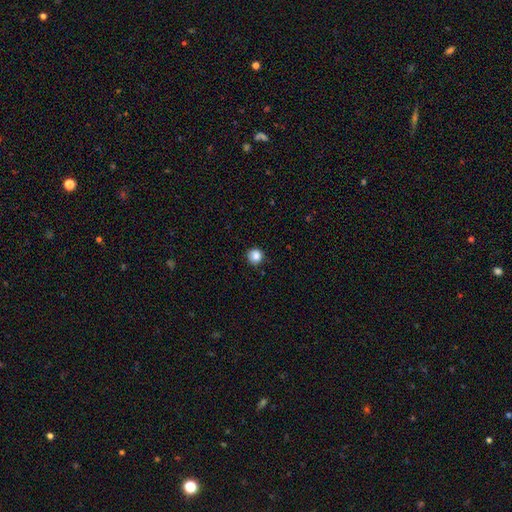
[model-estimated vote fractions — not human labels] Morphology: type=smooth (86%); roundness=round (92%); merging=none (84%).